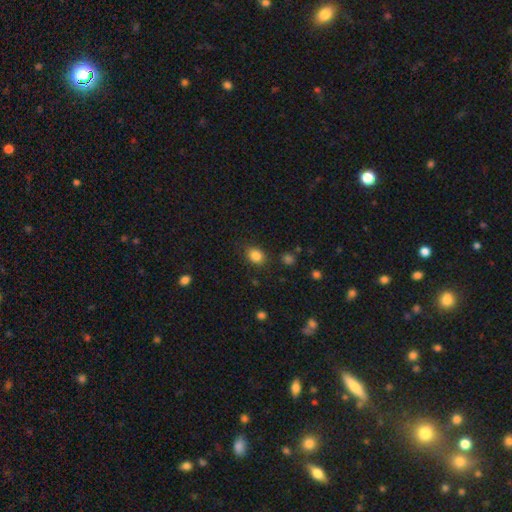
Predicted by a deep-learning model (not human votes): The model was most divided on "how rounded": in between: 57%, round: 42%, cigar-shaped: 1%. More confident: smooth or featured — smooth (84%); merging — none (82%).